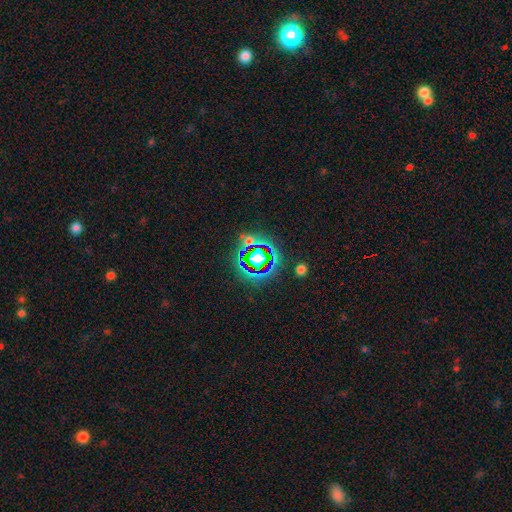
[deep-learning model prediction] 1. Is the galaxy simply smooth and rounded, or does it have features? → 77% star or artifact, 13% smooth, 10% featured or disk.